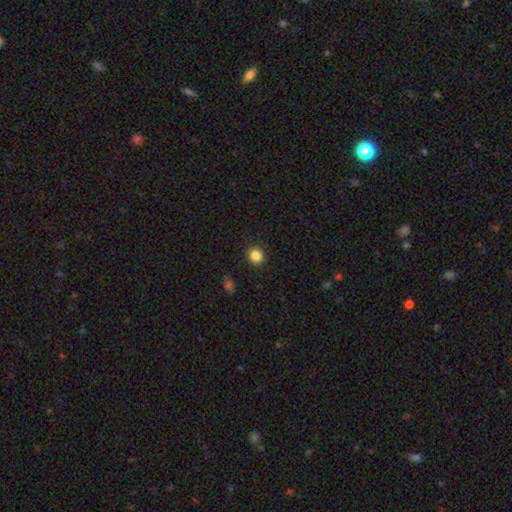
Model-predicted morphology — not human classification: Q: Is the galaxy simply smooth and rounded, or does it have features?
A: smooth — 85%.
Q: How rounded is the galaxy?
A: round — 89%.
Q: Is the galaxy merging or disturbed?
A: none — 91%.